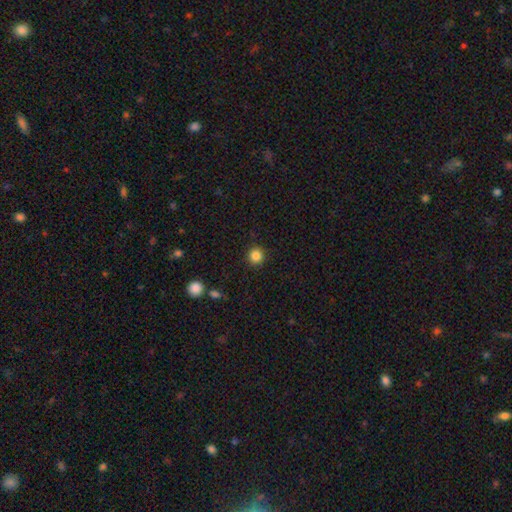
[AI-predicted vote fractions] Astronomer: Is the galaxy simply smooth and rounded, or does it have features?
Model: smooth — 85%.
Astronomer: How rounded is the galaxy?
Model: round — 94%.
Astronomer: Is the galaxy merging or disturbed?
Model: none — 91%.